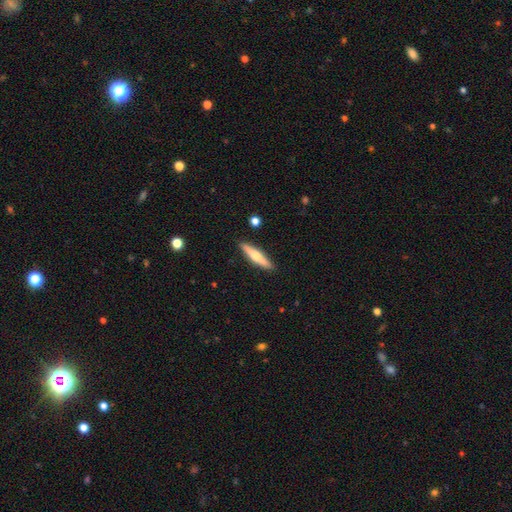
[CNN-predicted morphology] A smooth galaxy with no disk features (48%).

Vote fractions:
- Smooth or featured? smooth: 48% / featured or disk: 46% / star or artifact: 5%
- Merging? none: 90% / minor disturbance: 7% / major disturbance: 2% / merger: 1%